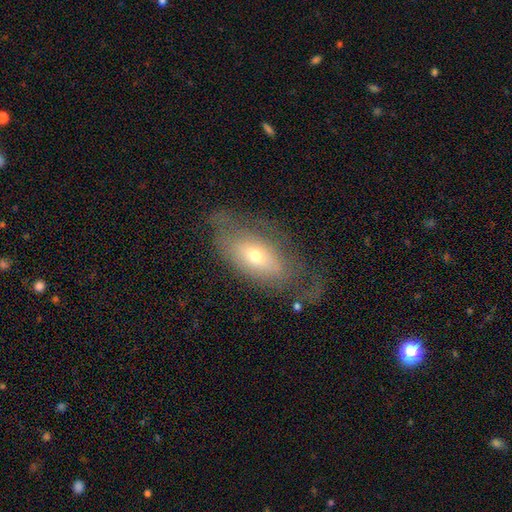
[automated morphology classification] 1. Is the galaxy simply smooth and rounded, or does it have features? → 50% smooth, 40% featured or disk, 10% star or artifact.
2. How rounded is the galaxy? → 85% in between, 8% round, 7% cigar-shaped.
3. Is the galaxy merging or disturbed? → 48% none, 26% major disturbance, 24% minor disturbance, 2% merger.